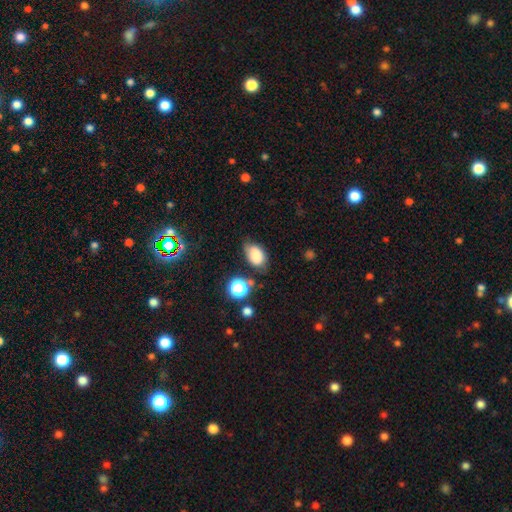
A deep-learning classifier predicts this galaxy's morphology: smooth 79%, star or artifact 11%, featured or disk 10%. Down the decision tree: how rounded — in between (87%); merging — none (63%).